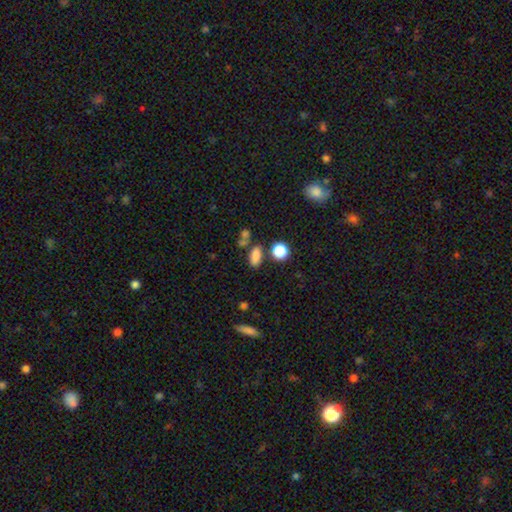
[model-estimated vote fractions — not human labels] Overall: smooth (80%). How rounded: in between (79%). Merging: none (66%).